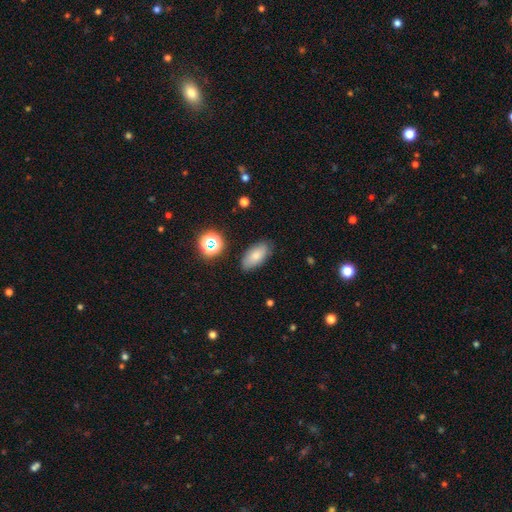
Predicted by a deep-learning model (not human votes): This is likely a smooth galaxy (78%). How rounded: clearly in between (88%). Merging: clearly none (83%).